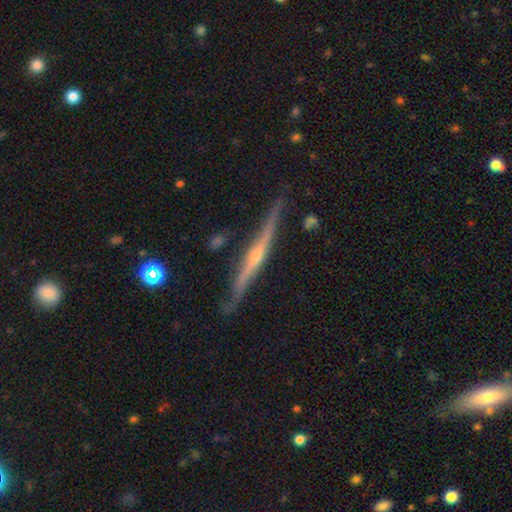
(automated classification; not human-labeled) Morphology: type=featured or disk (83%); edge-on=yes (98%); edge-on bulge=rounded (78%); merging=none (87%).